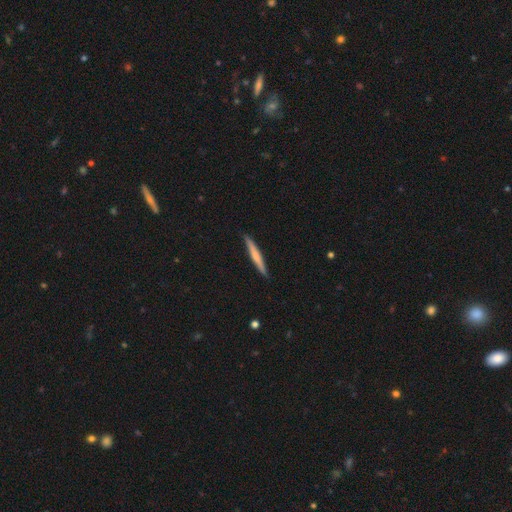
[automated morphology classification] Smooth or featured? smooth (57%)
How rounded? cigar-shaped (96%)
Merging? none (90%)